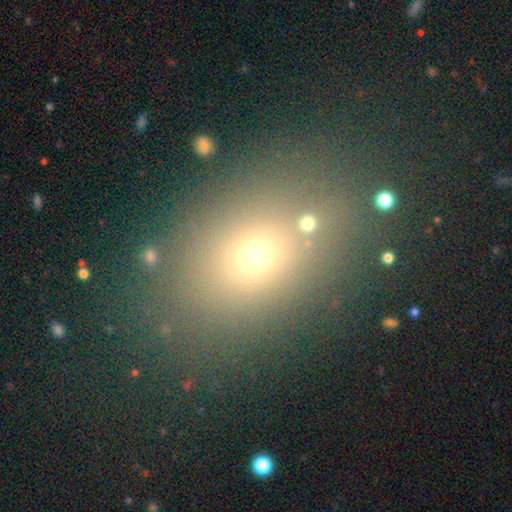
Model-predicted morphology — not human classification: Smooth or featured? Predicted: smooth (p=0.65). How rounded? Predicted: in between (p=0.69). Merging? Predicted: none (p=0.77).